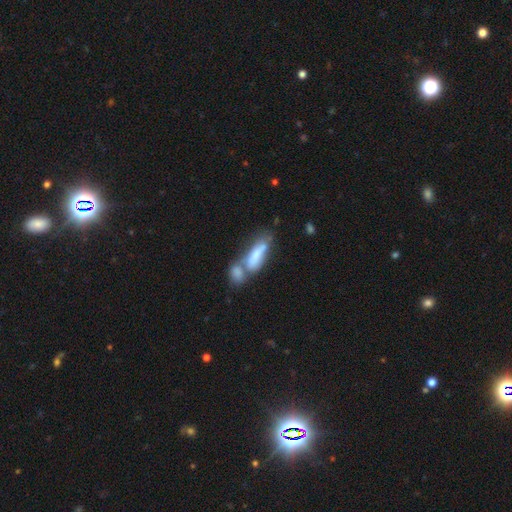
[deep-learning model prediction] Morphology: type=smooth (70%); roundness=in between (56%); merging=merger (62%).